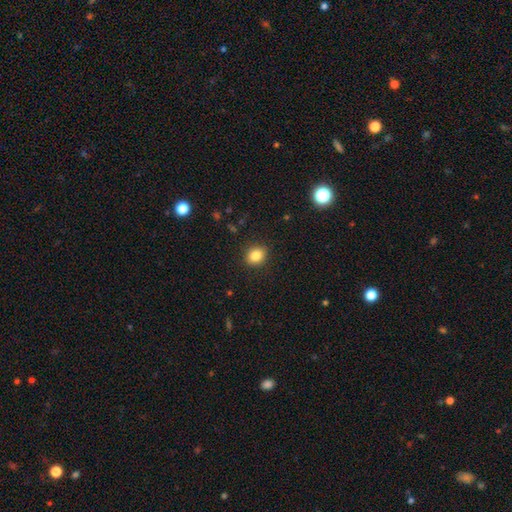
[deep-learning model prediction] smooth-or-featured: smooth: 83% | star or artifact: 10% | featured or disk: 6%
  how-rounded: round: 62% | in between: 37% | cigar-shaped: 1%
  merging: none: 90% | minor disturbance: 7% | major disturbance: 2% | merger: 1%